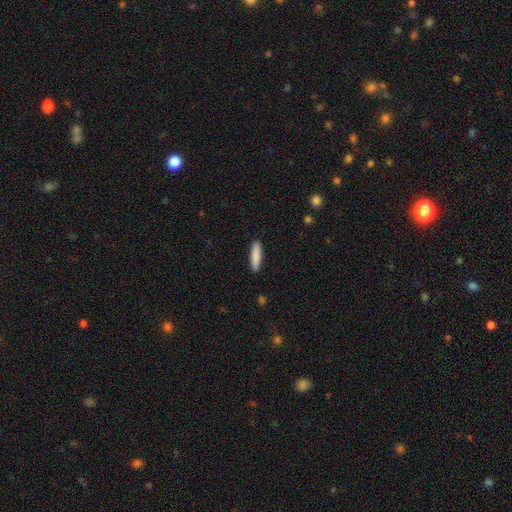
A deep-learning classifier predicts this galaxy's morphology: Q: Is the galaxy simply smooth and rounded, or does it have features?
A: smooth — 87%.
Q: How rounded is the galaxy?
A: cigar-shaped — 77%.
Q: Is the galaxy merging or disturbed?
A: none — 91%.